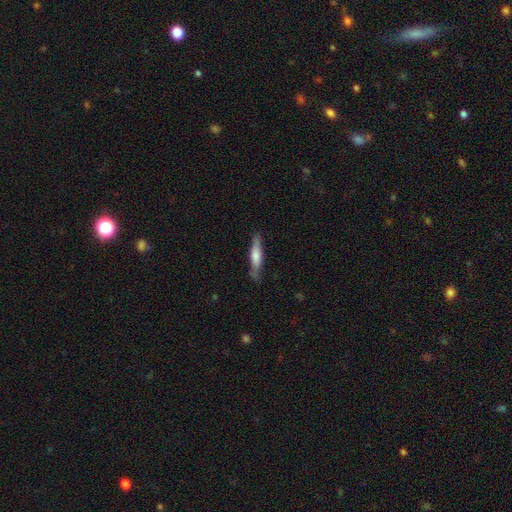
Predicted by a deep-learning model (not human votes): Overall: smooth (56%; featured or disk 38%). How rounded: cigar-shaped (81%). Merging: none (80%).